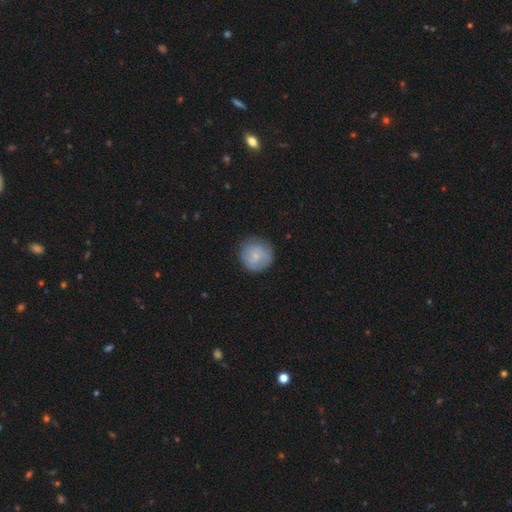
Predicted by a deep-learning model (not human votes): Smooth or featured? smooth (71%)
How rounded? round (94%)
Merging? none (81%)